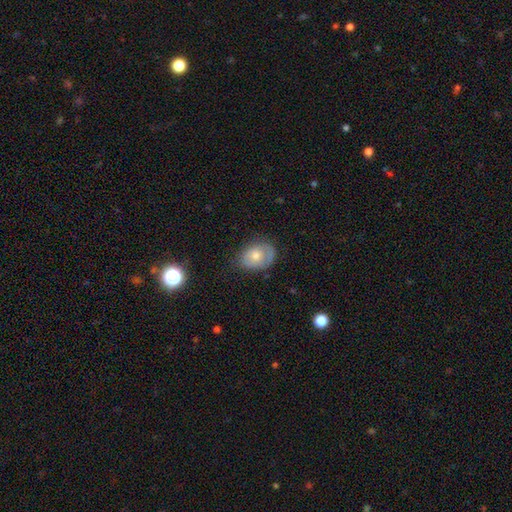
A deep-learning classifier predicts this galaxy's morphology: The model was most divided on "smooth or featured": smooth: 60%, featured or disk: 32%, star or artifact: 8%. More confident: how rounded — in between (70%); merging — none (62%).